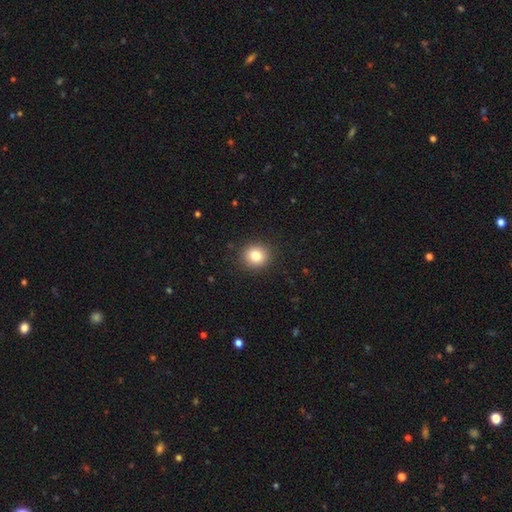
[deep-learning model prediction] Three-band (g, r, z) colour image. It shows a smooth galaxy with no disk features (82%) that is round (86%). Merging: none (91%).